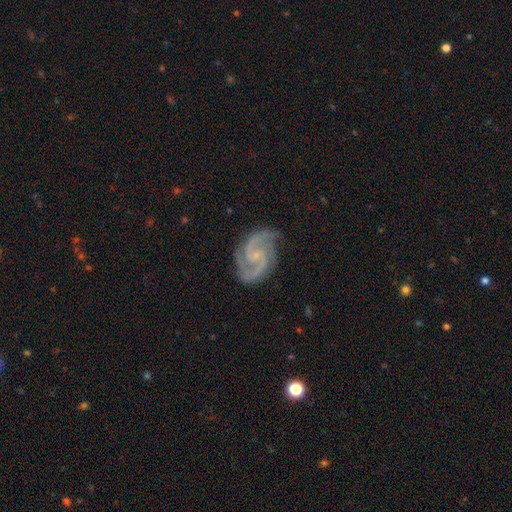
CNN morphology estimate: smooth_or_featured: featured or disk (p=0.93) [alt: star or artifact p=0.04]
disk_edge_on: no (p=0.98) [alt: yes p=0.02]
bar: no (p=0.54) [alt: weak p=0.37]
has_spiral_arms: yes (p=0.99) [alt: no p=0.01]
spiral_winding: medium (p=0.60) [alt: tight p=0.30]
spiral_arm_count: 2 (p=0.87) [alt: 3 p=0.07]
bulge_size: small (p=0.68) [alt: none p=0.20]
merging: none (p=0.80) [alt: minor disturbance p=0.14]